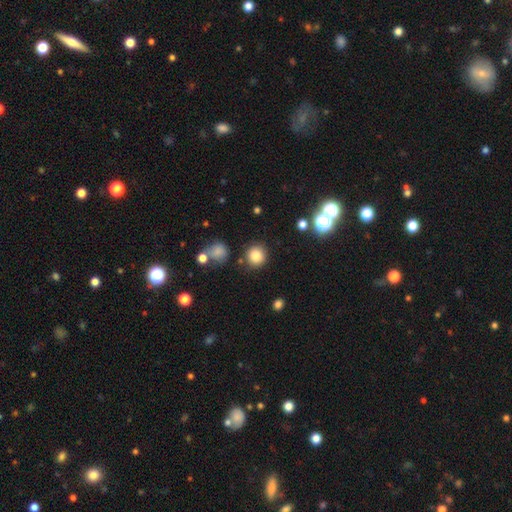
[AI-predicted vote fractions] smooth 83%, star or artifact 12%, featured or disk 5%. Down the decision tree: how rounded — round (91%); merging — none (84%).